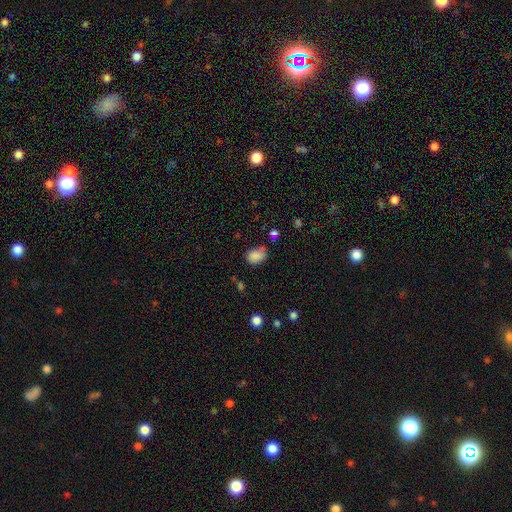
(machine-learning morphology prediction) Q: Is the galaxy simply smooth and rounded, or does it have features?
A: smooth — 84%.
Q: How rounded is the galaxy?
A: in between — 73%.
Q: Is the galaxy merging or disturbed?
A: none — 56%.